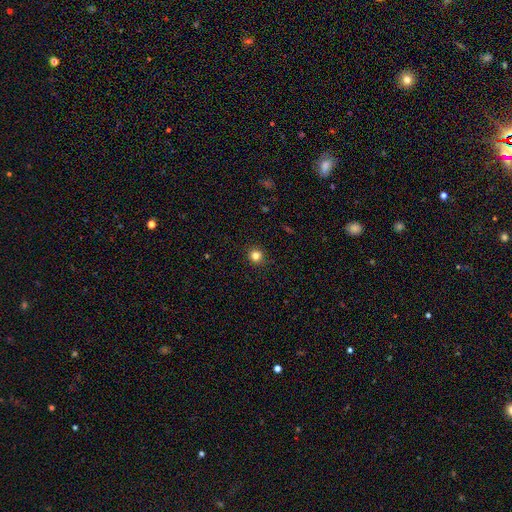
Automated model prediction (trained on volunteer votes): This appears to be a smooth galaxy with no disk features (82%) that is round (93%). Merging: none (91%).